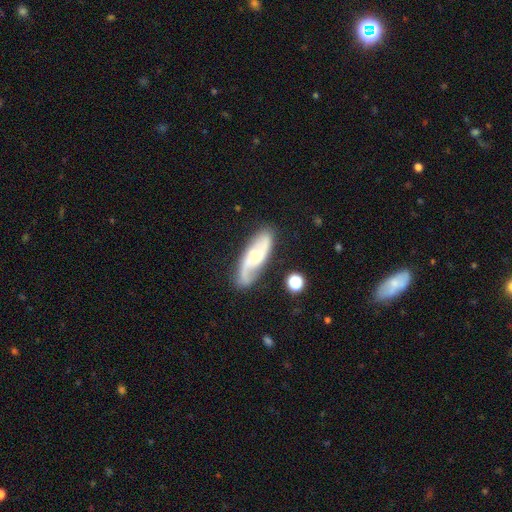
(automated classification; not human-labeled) The model was most divided on "bulge size": moderate: 44%, small: 38%, large: 9%, none: 7%, dominant: 2%. Remaining: spiral arms — yes (95%); edge-on disk — no (89%); spiral arm count — 2 (85%); merging — none (78%); smooth or featured — featured or disk (75%); bar — no (51%); spiral winding — medium (46%).